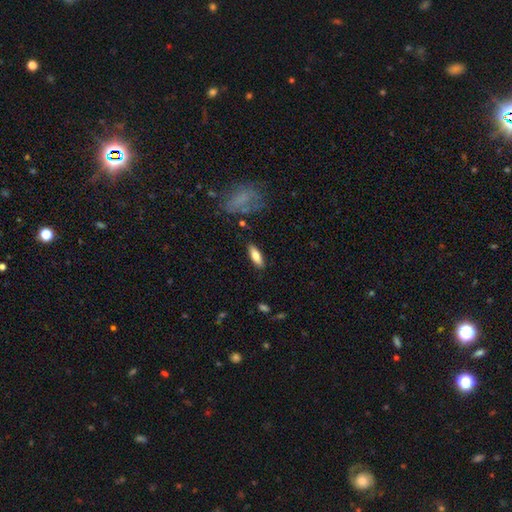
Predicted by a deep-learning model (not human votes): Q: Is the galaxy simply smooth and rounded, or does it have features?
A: smooth — 74%.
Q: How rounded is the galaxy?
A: in between — 59%.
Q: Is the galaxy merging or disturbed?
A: none — 86%.